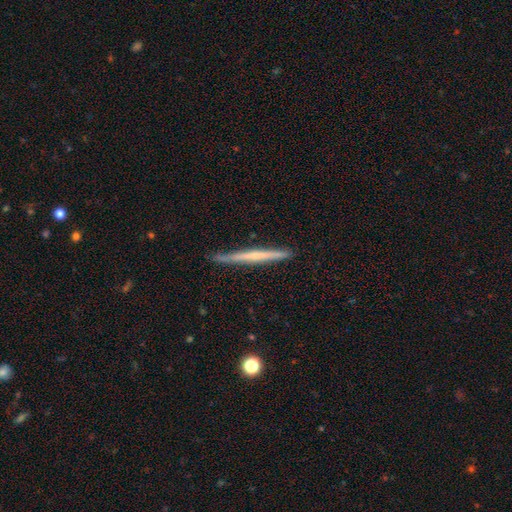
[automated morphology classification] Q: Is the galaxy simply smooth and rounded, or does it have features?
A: featured or disk — 61%.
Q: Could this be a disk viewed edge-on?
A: yes — 98%.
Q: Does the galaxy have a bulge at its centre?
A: none — 62%.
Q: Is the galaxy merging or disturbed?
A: none — 89%.